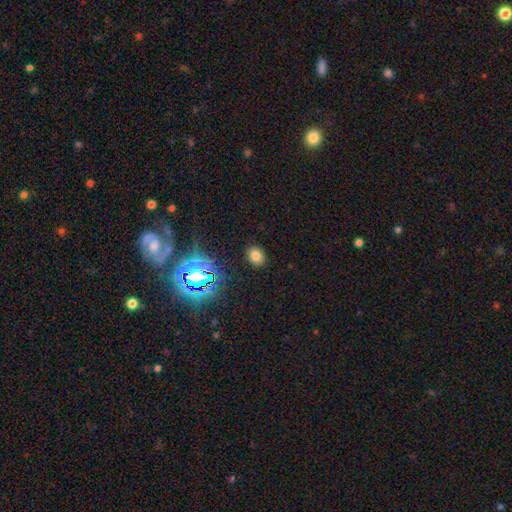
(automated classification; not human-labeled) The model was most divided on "how rounded": round: 53%, in between: 46%, cigar-shaped: 1%. More confident: merging — none (88%); smooth or featured — smooth (73%).